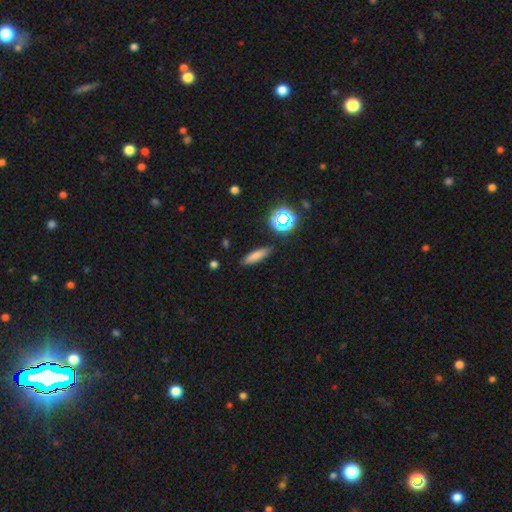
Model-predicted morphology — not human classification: A smooth galaxy with no disk features (75%) that is cigar-shaped (67%).

Vote fractions:
- Smooth or featured? smooth: 75% / star or artifact: 14% / featured or disk: 10%
- How rounded? cigar-shaped: 67% / in between: 29% / round: 4%
- Merging? none: 86% / minor disturbance: 9% / major disturbance: 3% / merger: 2%